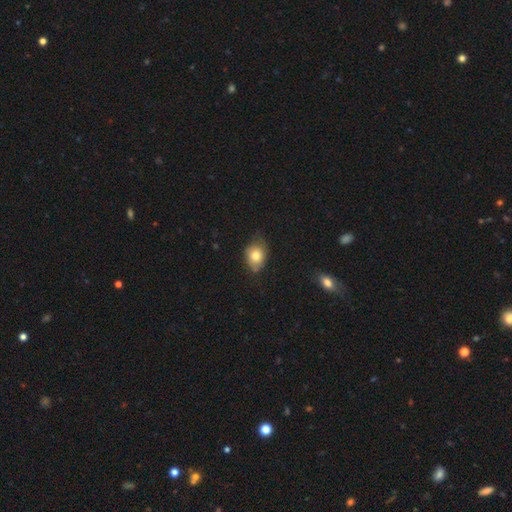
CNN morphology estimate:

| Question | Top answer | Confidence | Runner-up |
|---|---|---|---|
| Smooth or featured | smooth | 77% | featured or disk (14%) |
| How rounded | in between | 68% | round (31%) |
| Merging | none | 62% | minor disturbance (31%) |